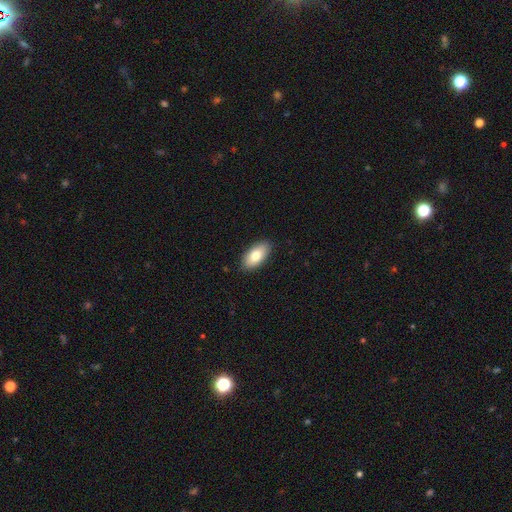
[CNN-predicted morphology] Overall: smooth (78%). How rounded: in between (93%). Merging: none (88%).